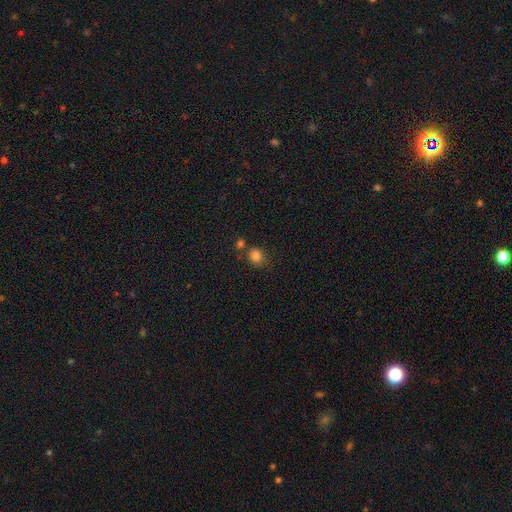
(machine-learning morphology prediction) A smooth galaxy with no disk features (82%) that is round (69%). Merging: none (63%).